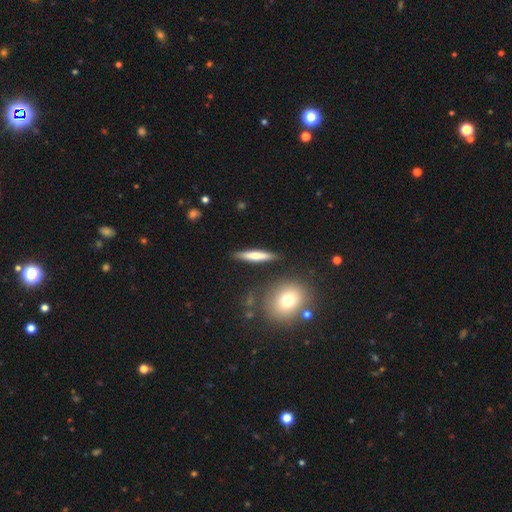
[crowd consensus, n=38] smooth-or-featured: smooth: 58% | featured or disk: 37% | star or artifact: 5%
  how-rounded: cigar-shaped: 91% | in between: 9% | round: 0%
  merging: none: 94% | minor disturbance: 3% | major disturbance: 3% | merger: 0%